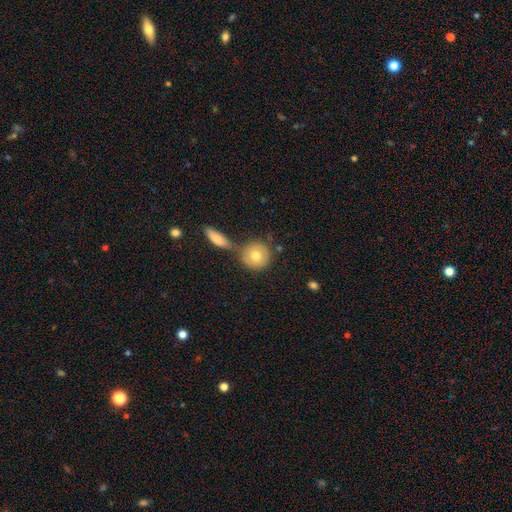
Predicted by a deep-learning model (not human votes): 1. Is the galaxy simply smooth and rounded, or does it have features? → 76% smooth, 16% featured or disk, 8% star or artifact.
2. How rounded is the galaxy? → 90% round, 9% in between, 2% cigar-shaped.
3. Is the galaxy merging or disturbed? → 64% none, 23% merger, 11% minor disturbance, 3% major disturbance.